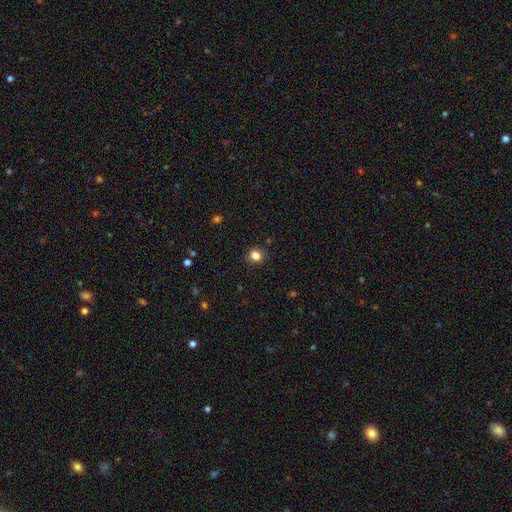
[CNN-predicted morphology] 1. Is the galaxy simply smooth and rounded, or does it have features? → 82% smooth, 13% star or artifact, 5% featured or disk.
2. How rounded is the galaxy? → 82% round, 17% in between, 1% cigar-shaped.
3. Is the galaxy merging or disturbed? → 88% none, 8% minor disturbance, 2% major disturbance, 1% merger.